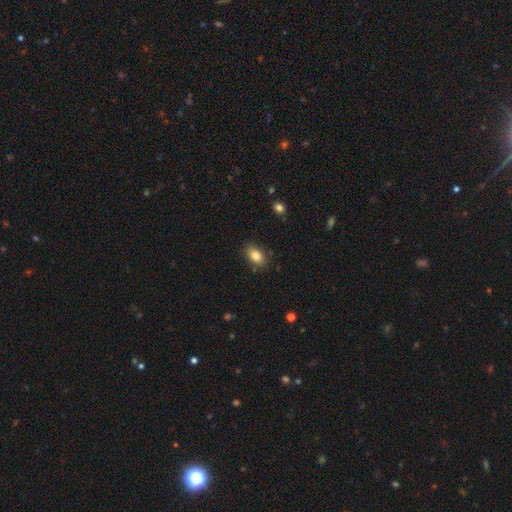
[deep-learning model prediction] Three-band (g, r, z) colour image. It shows a smooth galaxy with no disk features (85%) that is in between round and cigar-shaped (88%). Merging: none (85%).